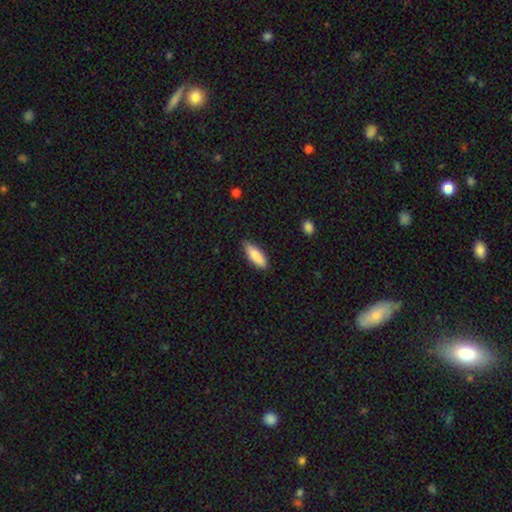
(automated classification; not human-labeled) A smooth galaxy with no disk features (87%) that is in between round and cigar-shaped (59%).

Vote fractions:
- Smooth or featured? smooth: 87% / featured or disk: 7% / star or artifact: 6%
- How rounded? in between: 59% / cigar-shaped: 40% / round: 2%
- Merging? none: 82% / minor disturbance: 14% / major disturbance: 2% / merger: 1%